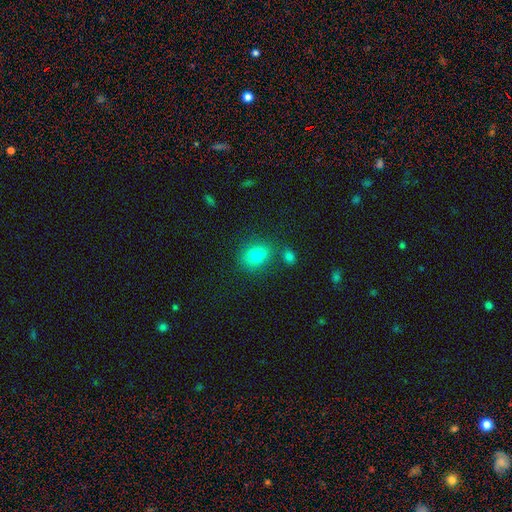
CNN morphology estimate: Smooth or featured? Predicted: smooth (p=0.76). How rounded? Predicted: in between (p=0.51). Merging? Predicted: none (p=0.51).